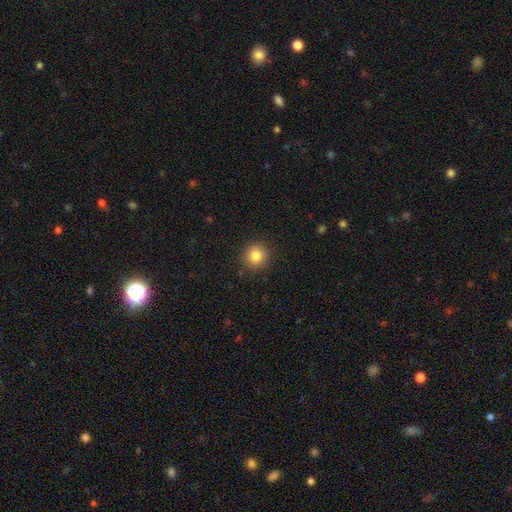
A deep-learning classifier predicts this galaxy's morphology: A smooth galaxy with no disk features (83%) that is round (93%).

Vote fractions:
- Smooth or featured? smooth: 83% / star or artifact: 11% / featured or disk: 6%
- How rounded? round: 93% / in between: 6% / cigar-shaped: 1%
- Merging? none: 91% / minor disturbance: 6% / major disturbance: 2% / merger: 1%